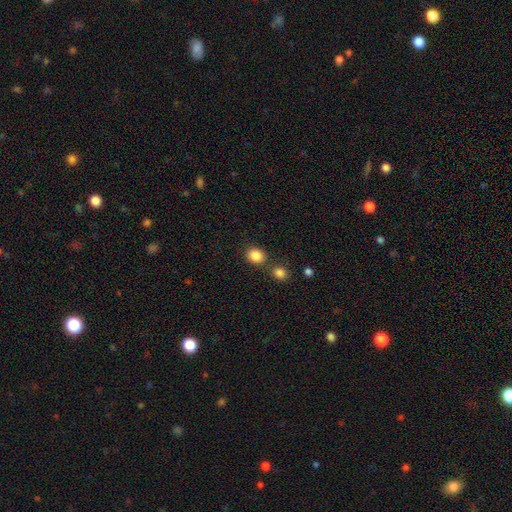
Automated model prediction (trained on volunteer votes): The model was most divided on "how rounded": round: 69%, in between: 30%, cigar-shaped: 1%. More confident: smooth or featured — smooth (86%); merging — none (74%).